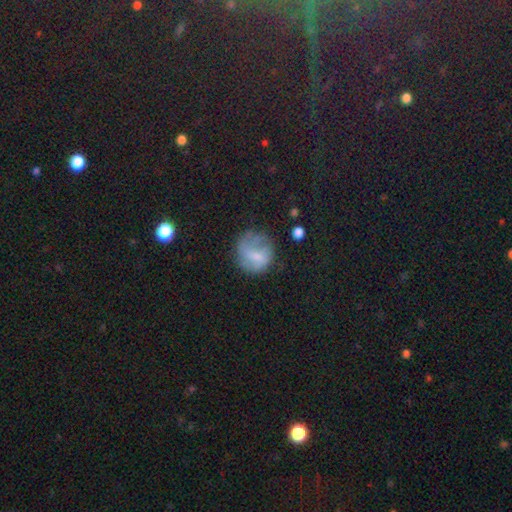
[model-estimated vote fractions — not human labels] A smooth galaxy with no disk features (57%) that is round (82%). Merging: none (51%).